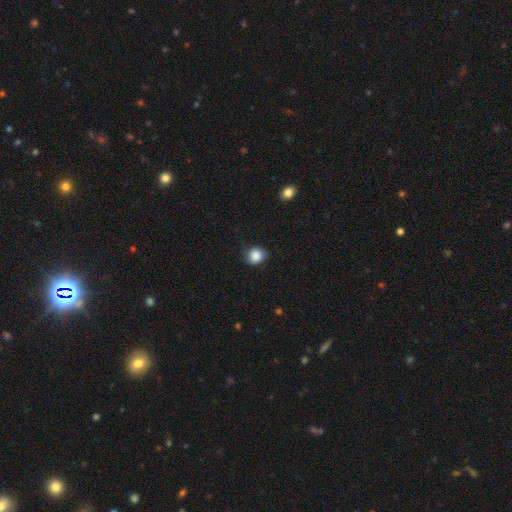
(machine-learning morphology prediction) A smooth galaxy with no disk features (86%) that is round (76%). Merging: none (75%).